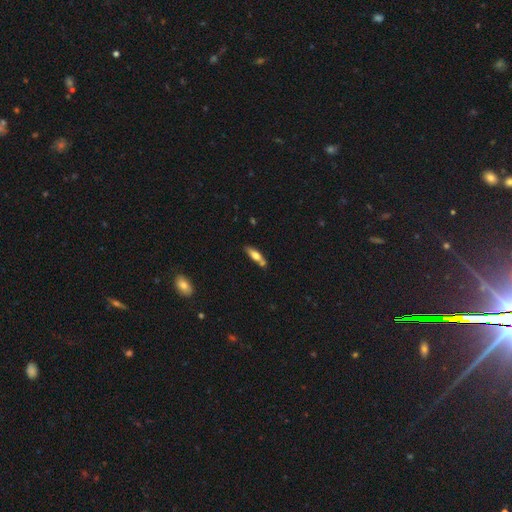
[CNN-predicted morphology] A smooth galaxy with no disk features (61%) that is cigar-shaped (53%). Merging: none (59%).